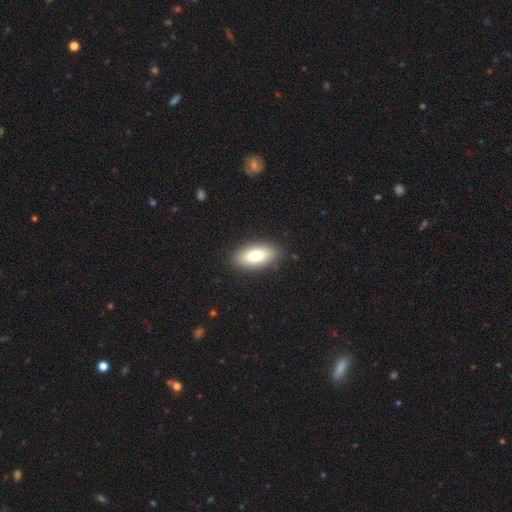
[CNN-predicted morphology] Overall: smooth (76%). How rounded: in between (87%). Merging: none (88%).